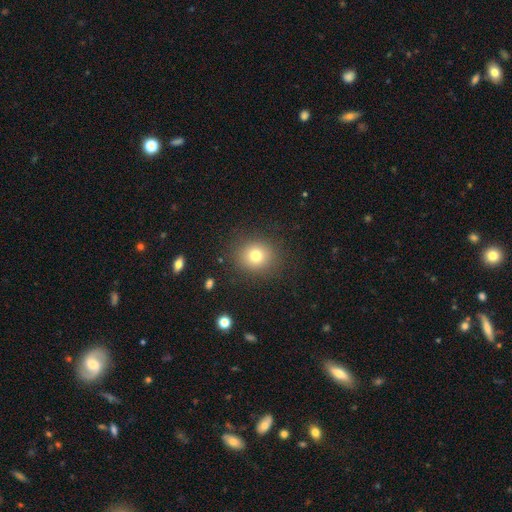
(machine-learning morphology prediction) A smooth galaxy with no disk features (76%) that is round (82%). Merging: none (87%).